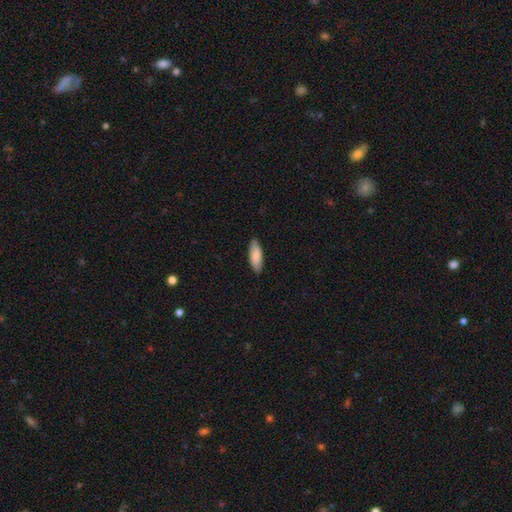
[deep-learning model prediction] Q: Smooth or featured?
A: smooth (87%); runner-up: featured or disk (8%)
Q: How rounded?
A: in between (66%); runner-up: cigar-shaped (32%)
Q: Merging?
A: none (86%); runner-up: minor disturbance (11%)